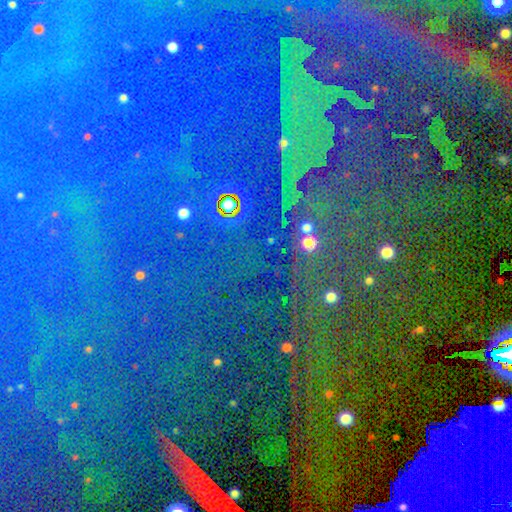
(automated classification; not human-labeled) A star or artifact, not a galaxy (85%).